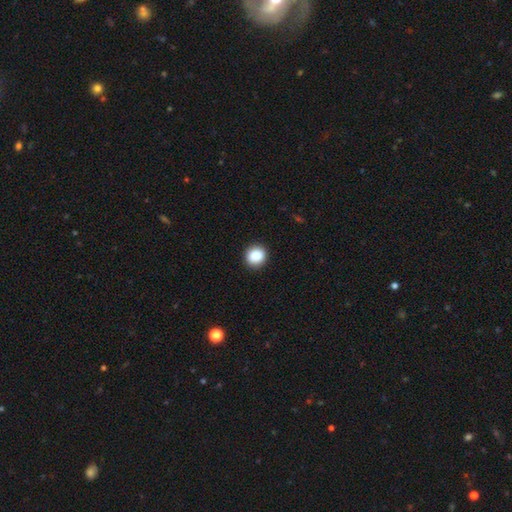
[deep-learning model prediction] This is clearly a smooth galaxy (87%). How rounded: clearly round (86%). Merging: clearly none (92%).